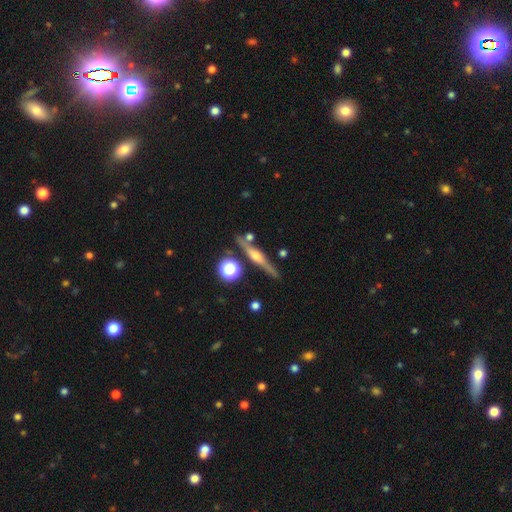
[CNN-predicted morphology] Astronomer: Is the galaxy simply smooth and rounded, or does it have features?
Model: featured or disk — 76%.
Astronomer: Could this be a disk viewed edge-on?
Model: yes — 97%.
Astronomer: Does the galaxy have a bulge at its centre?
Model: rounded — 91%.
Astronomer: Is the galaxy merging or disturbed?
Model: none — 82%.